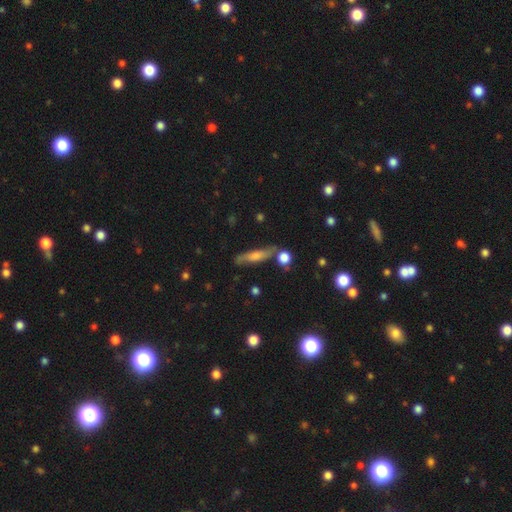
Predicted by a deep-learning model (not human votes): featured or disk 46%, smooth 44%, star or artifact 10%. Down the decision tree: merging — none (71%).